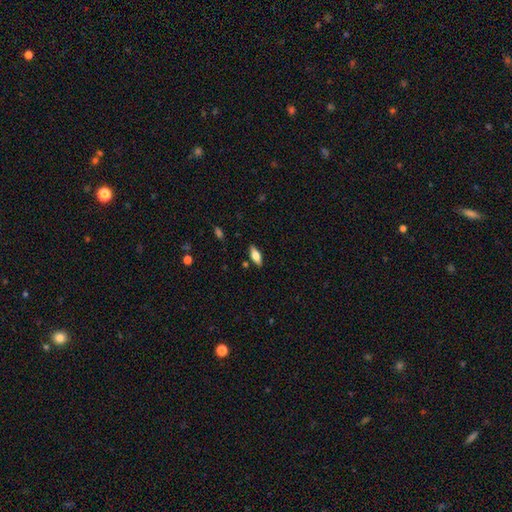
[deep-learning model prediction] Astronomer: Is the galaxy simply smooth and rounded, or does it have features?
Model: smooth — 61%.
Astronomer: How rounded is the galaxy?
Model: in between — 71%.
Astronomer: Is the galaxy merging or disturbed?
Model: none — 86%.